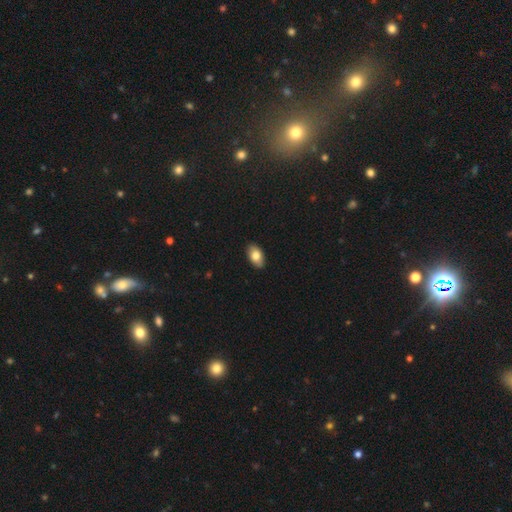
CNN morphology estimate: type=smooth (80%); roundness=in between (92%); merging=none (88%).